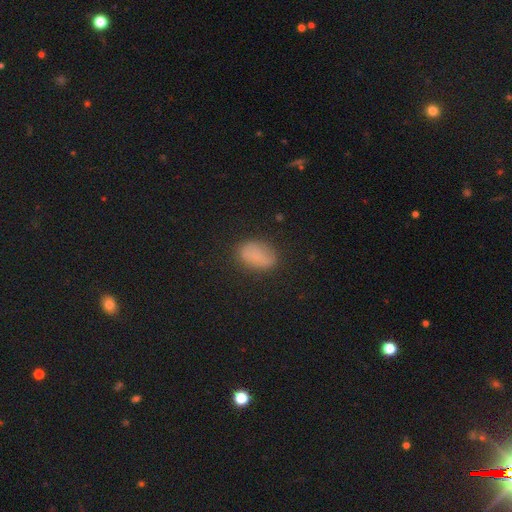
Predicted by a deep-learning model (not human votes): Overall: smooth (78%). How rounded: in between (88%). Merging: none (74%).